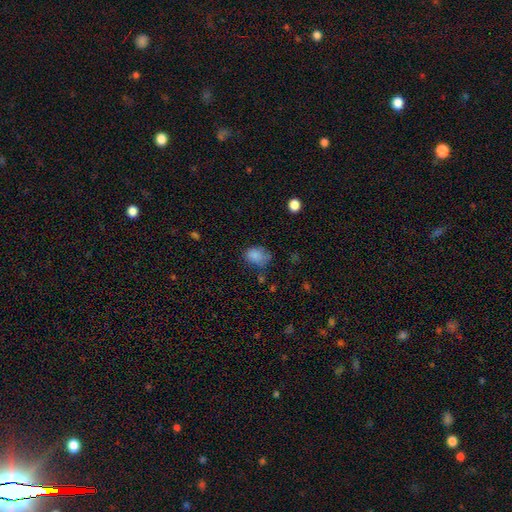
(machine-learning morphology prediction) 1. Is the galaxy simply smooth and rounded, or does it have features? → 82% smooth, 11% star or artifact, 8% featured or disk.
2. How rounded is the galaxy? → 68% in between, 31% round, 1% cigar-shaped.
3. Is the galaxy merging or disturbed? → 53% none, 30% minor disturbance, 12% major disturbance, 4% merger.